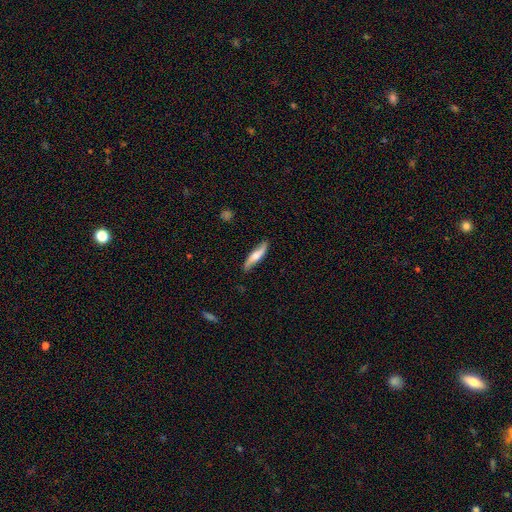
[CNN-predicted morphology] smooth-or-featured: featured or disk: 50% | smooth: 45% | star or artifact: 6%
  merging: none: 81% | minor disturbance: 15% | major disturbance: 3% | merger: 2%